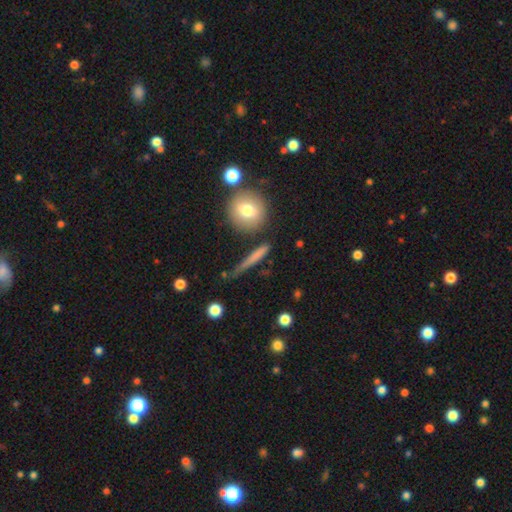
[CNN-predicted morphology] A smooth galaxy with no disk features (67%) that is cigar-shaped (82%). Merging: none (75%).